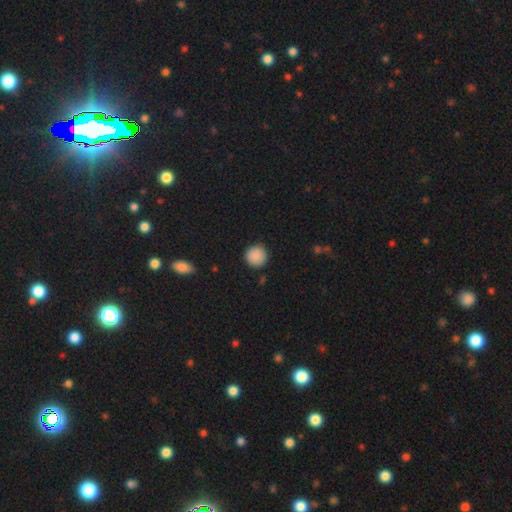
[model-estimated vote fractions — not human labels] Smooth or featured? smooth (89%)
How rounded? round (95%)
Merging? none (90%)